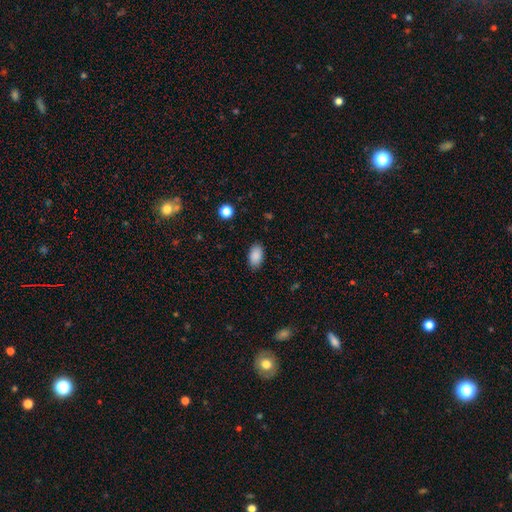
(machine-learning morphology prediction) Smooth or featured: smooth — 89% (star or artifact — 8%)
How rounded: in between — 93% (round — 5%)
Merging: none — 86% (minor disturbance — 10%)